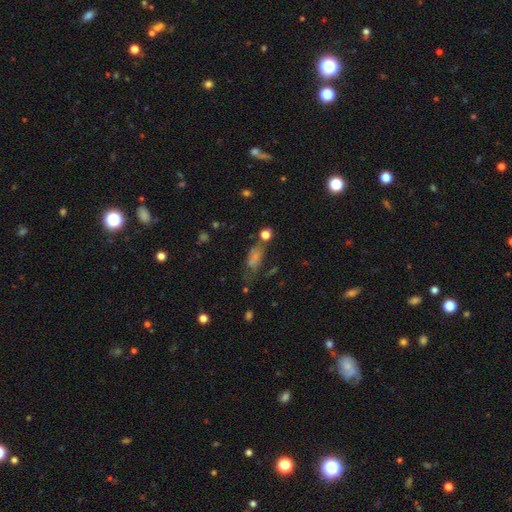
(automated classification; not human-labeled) This is possibly a smooth galaxy (51%). How rounded: likely in between (64%). Merging: possibly none (47%).